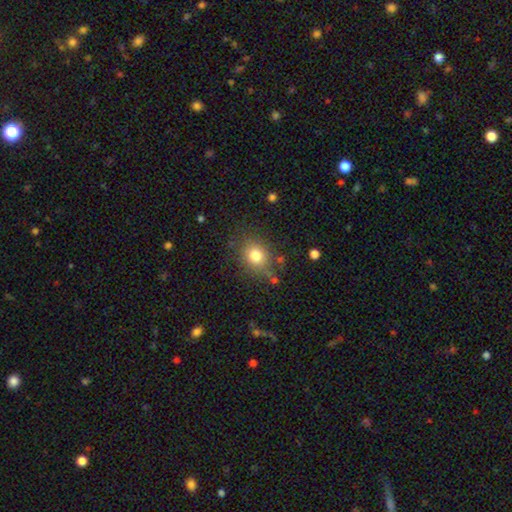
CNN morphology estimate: Overall: smooth (79%). How rounded: round (64%; in between 35%). Merging: none (77%).